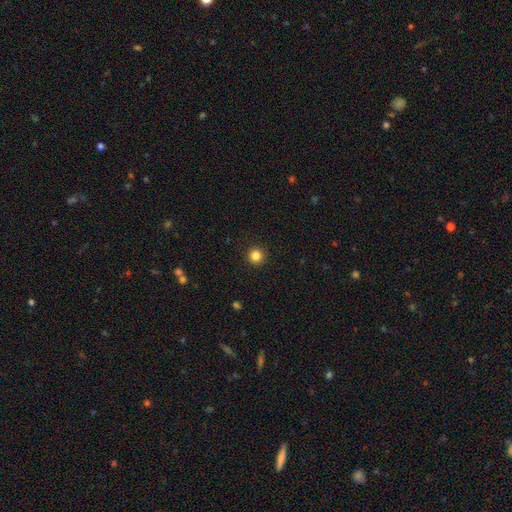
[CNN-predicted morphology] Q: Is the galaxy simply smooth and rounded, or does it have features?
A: smooth — 84%.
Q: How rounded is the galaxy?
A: round — 96%.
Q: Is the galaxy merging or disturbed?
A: none — 93%.